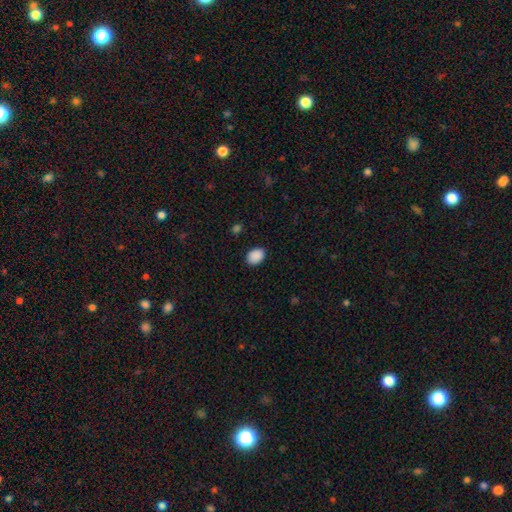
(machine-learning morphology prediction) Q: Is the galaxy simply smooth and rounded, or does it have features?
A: smooth — 90%.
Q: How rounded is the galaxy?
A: in between — 74%.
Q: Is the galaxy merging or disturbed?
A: none — 88%.